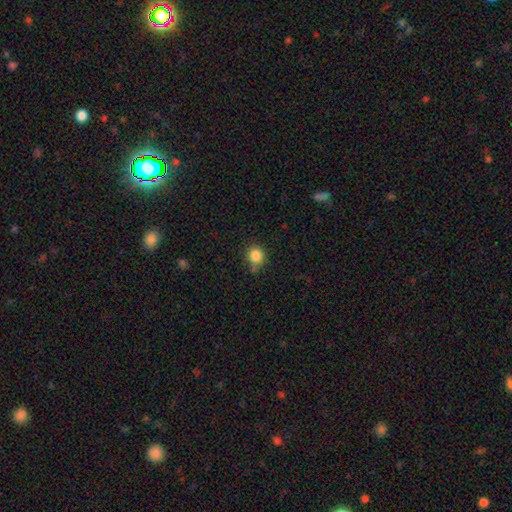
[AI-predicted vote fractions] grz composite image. It shows a smooth galaxy with no disk features (85%) that is round (86%). Merging: none (73%).